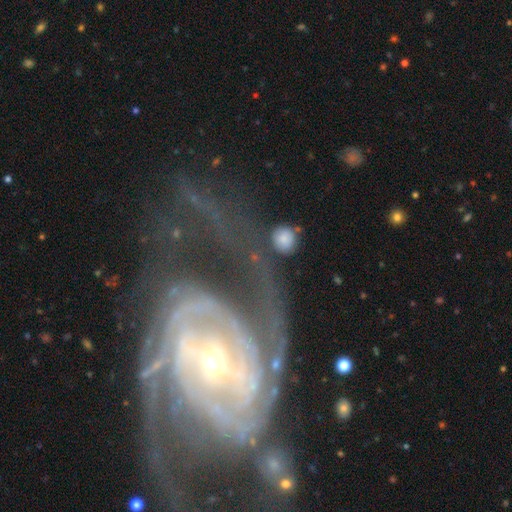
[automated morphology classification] featured or disk 88%, star or artifact 7%, smooth 6%. Down the decision tree: edge-on disk — no (96%); bar — no (38%); spiral arms — yes (94%); spiral arm count — 2 (39%); spiral winding — tight (57%); bulge size — small (75%); merging — none (48%).